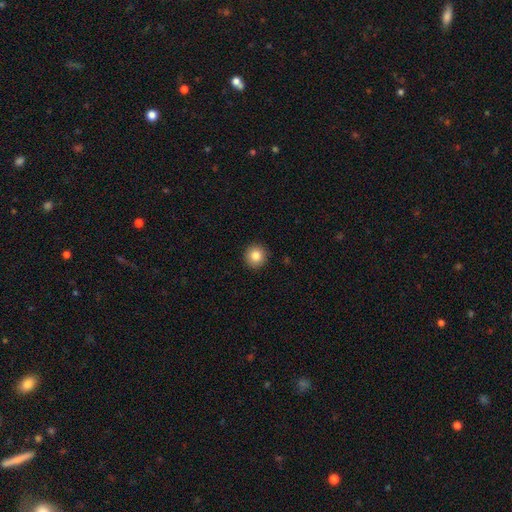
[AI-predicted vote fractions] Smooth or featured? Predicted: smooth (p=0.84). How rounded? Predicted: round (p=0.95). Merging? Predicted: none (p=0.92).